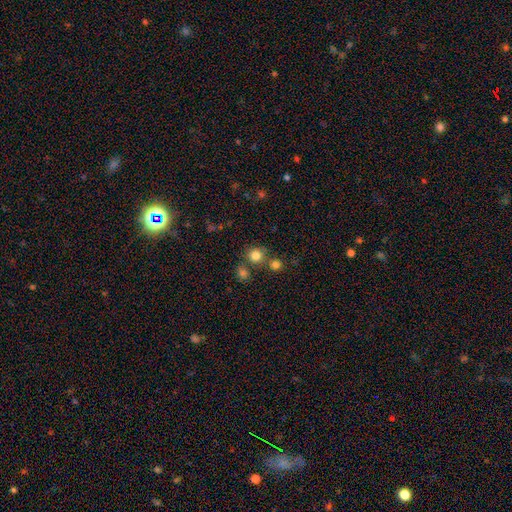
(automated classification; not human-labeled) smooth 80%, star or artifact 14%, featured or disk 6%. Down the decision tree: how rounded — round (90%); merging — none (70%).